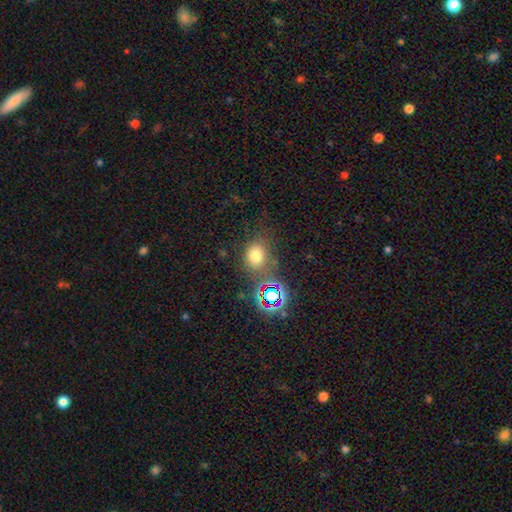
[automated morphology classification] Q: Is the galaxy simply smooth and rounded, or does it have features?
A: smooth — 69%.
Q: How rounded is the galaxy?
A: round — 58%.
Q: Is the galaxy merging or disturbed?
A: none — 66%.